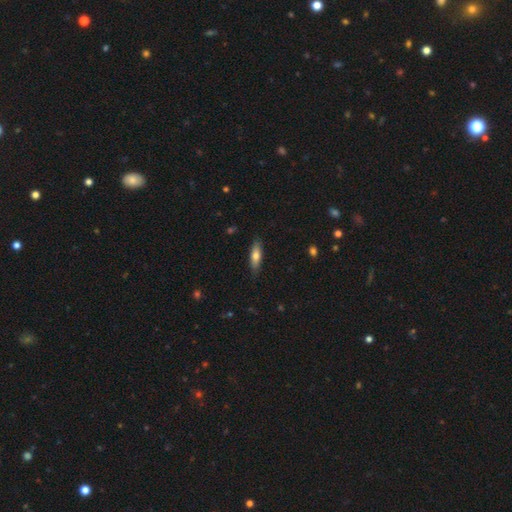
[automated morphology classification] The model was most divided on "how rounded": cigar-shaped: 50%, in between: 48%, round: 2%. More confident: merging — none (84%); smooth or featured — smooth (71%).